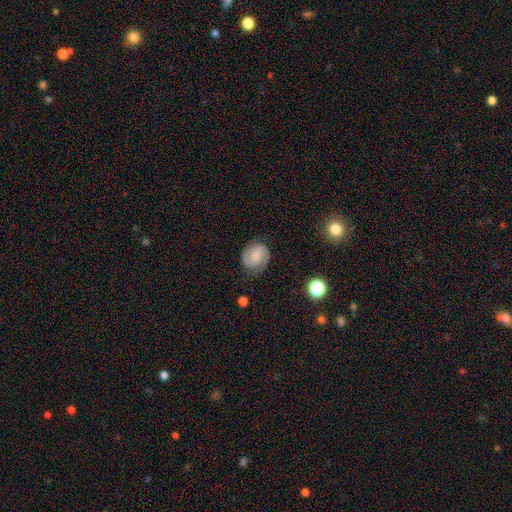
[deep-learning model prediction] smooth-or-featured: featured or disk: 71% | smooth: 22% | star or artifact: 8%
  disk-edge-on: no: 98% | yes: 2%
    bar: no: 53% | weak: 38% | strong: 9%
    has-spiral-arms: yes: 96% | no: 4%
      spiral-winding: medium: 46% | tight: 41% | loose: 12%
      spiral-arm-count: 2: 90% | can't tell: 4% | 1: 2% | 3: 1% | 4: 1% | more than 4: 1%
    bulge-size: none: 36% | small: 30% | moderate: 23% | large: 8% | dominant: 2%
  merging: none: 80% | minor disturbance: 14% | major disturbance: 5% | merger: 1%